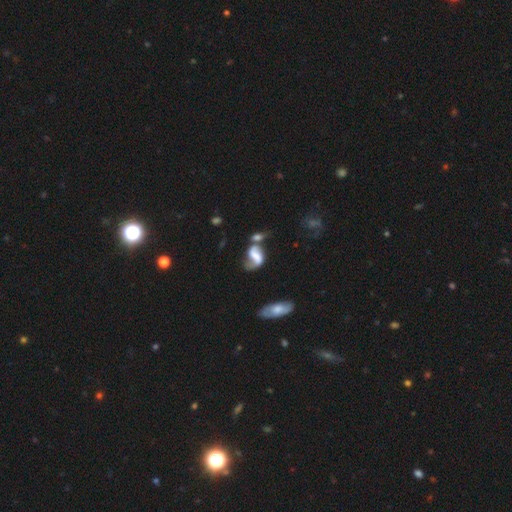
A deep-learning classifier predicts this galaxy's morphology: This is likely a featured or disk galaxy (68%). It is clearly not viewed edge-on (96%). Bar: marginally weak (35%). Spiral arm pattern: clearly yes (84%). Spiral arm count: likely 2 (75%). Spiral winding: likely loose (62%). Central bulge: possibly none (46%). Merging: marginally none (31%).